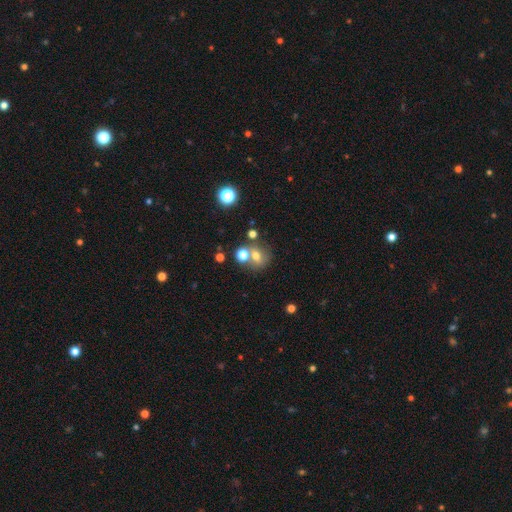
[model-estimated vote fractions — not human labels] Q: Smooth or featured?
A: smooth (65%); runner-up: star or artifact (18%)
Q: How rounded?
A: round (71%); runner-up: in between (28%)
Q: Merging?
A: none (52%); runner-up: merger (33%)